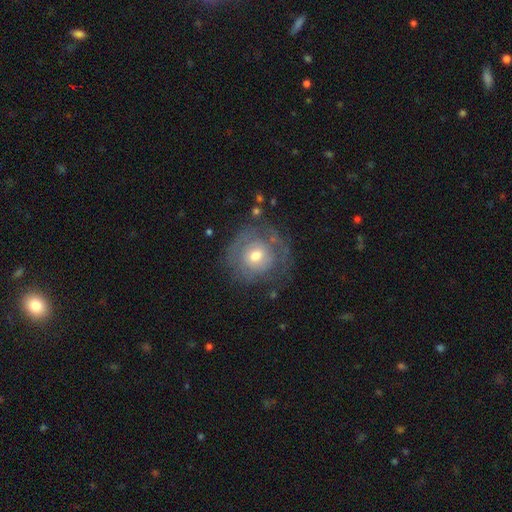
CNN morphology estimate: Q: Smooth or featured?
A: featured or disk (56%); runner-up: smooth (36%)
Q: Edge-on disk?
A: no (96%); runner-up: yes (4%)
Q: Bar?
A: no (80%); runner-up: weak (17%)
Q: Spiral arms?
A: yes (55%); runner-up: no (45%)
Q: Bulge size?
A: moderate (64%); runner-up: small (27%)
Q: Merging?
A: none (65%); runner-up: minor disturbance (20%)